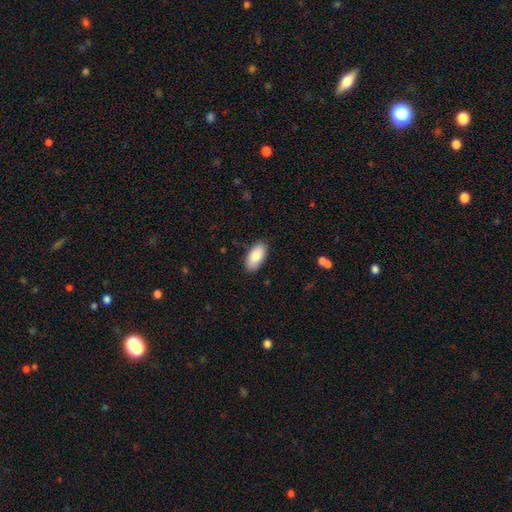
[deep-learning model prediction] Morphology: type=smooth (84%); roundness=in between (93%); merging=none (88%).